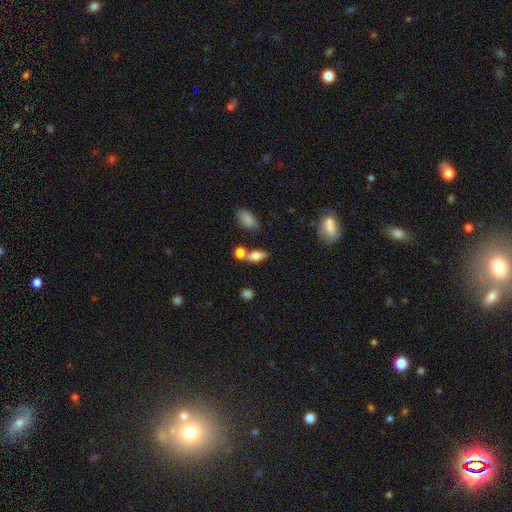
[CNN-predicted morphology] smooth_or_featured: smooth (p=0.69) [alt: featured or disk p=0.20]
how_rounded: in between (p=0.77) [alt: cigar-shaped p=0.16]
merging: none (p=0.49) [alt: merger p=0.31]